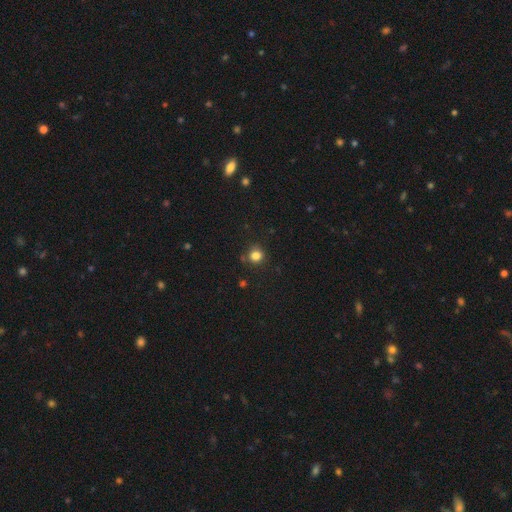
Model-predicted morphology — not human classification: smooth 82%, star or artifact 13%, featured or disk 5%. Down the decision tree: how rounded — round (86%); merging — none (80%).